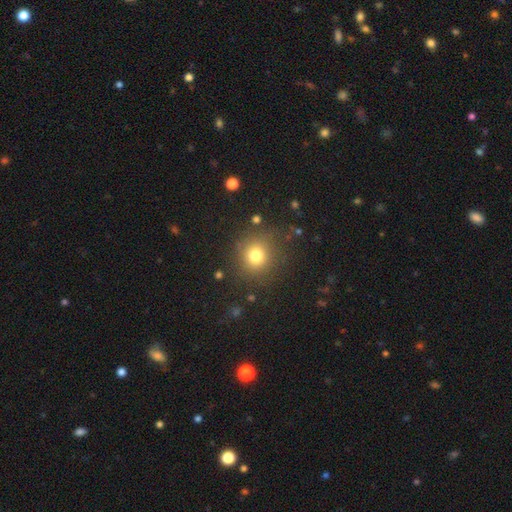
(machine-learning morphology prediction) Q: Smooth or featured?
A: smooth (77%); runner-up: star or artifact (15%)
Q: How rounded?
A: round (90%); runner-up: in between (9%)
Q: Merging?
A: none (83%); runner-up: minor disturbance (10%)